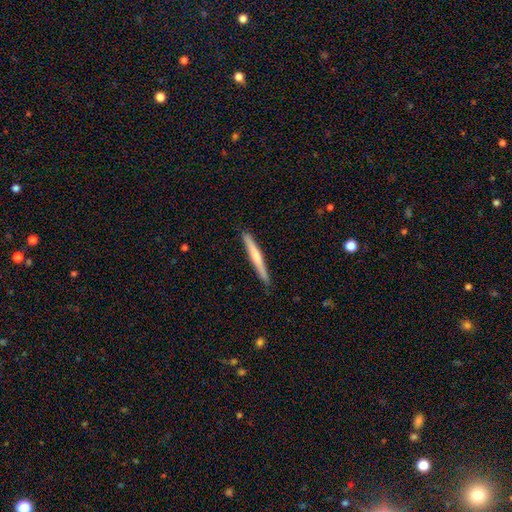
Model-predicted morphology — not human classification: Overall: smooth (53%; featured or disk 42%). How rounded: cigar-shaped (97%). Merging: none (87%).